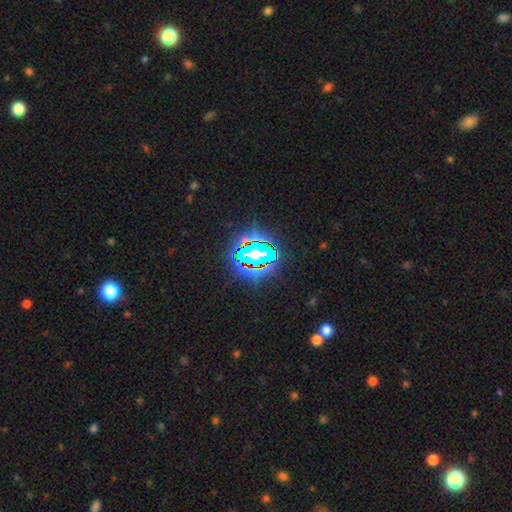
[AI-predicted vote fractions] Smooth or featured? Predicted: star or artifact (p=0.73).